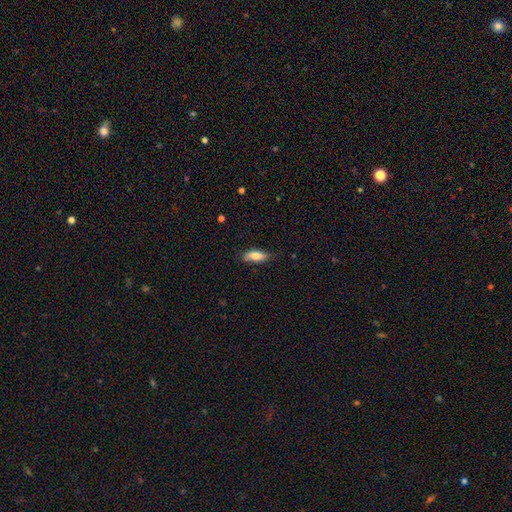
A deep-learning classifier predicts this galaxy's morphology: Smooth or featured: smooth — 77% (featured or disk — 16%)
How rounded: in between — 72% (cigar-shaped — 25%)
Merging: none — 79% (minor disturbance — 18%)